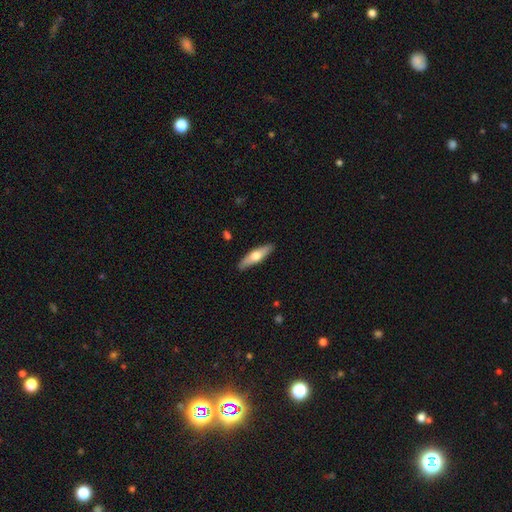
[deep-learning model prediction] A smooth galaxy with no disk features (55%) that is cigar-shaped (66%).

Vote fractions:
- Smooth or featured? smooth: 55% / featured or disk: 39% / star or artifact: 5%
- How rounded? cigar-shaped: 66% / in between: 32% / round: 2%
- Merging? none: 88% / minor disturbance: 9% / major disturbance: 2% / merger: 1%